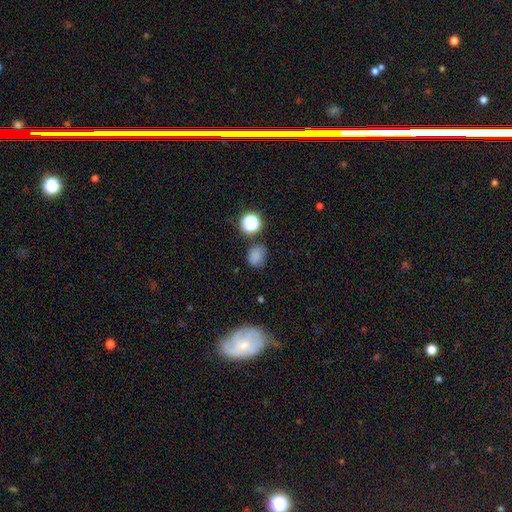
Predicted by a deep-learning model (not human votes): Smooth or featured?
  - smooth: 77% *
  - star or artifact: 18%
  - featured or disk: 6%
How rounded?
  - round: 57% *
  - in between: 42%
  - cigar-shaped: 1%
Merging?
  - none: 69% *
  - minor disturbance: 19%
  - merger: 6%
  - major disturbance: 6%